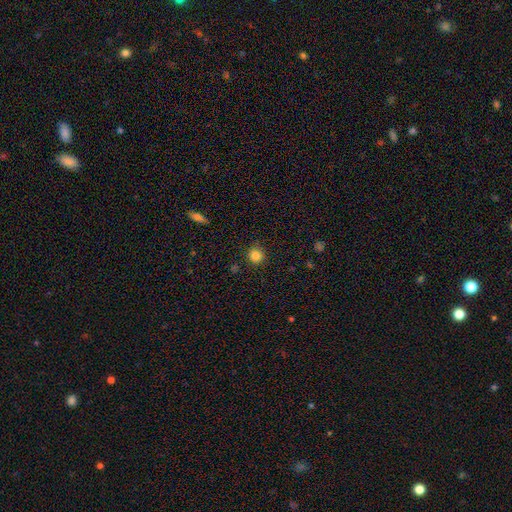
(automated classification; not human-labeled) A smooth galaxy with no disk features (84%) that is round (94%).

Vote fractions:
- Smooth or featured? smooth: 84% / star or artifact: 11% / featured or disk: 5%
- How rounded? round: 94% / in between: 5% / cigar-shaped: 1%
- Merging? none: 89% / minor disturbance: 8% / major disturbance: 2% / merger: 1%